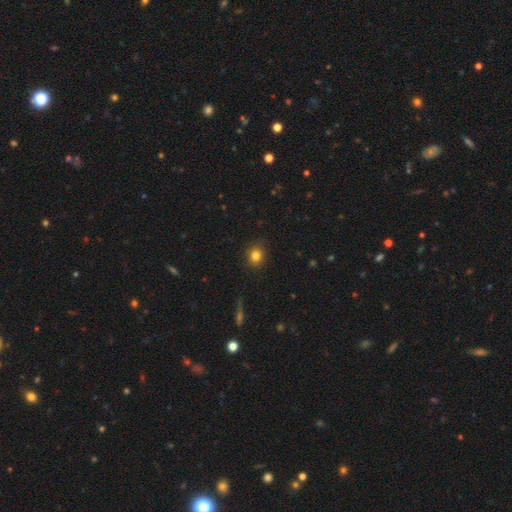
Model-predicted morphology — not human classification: This is clearly a smooth galaxy (82%). How rounded: likely round (77%). Merging: clearly none (86%).